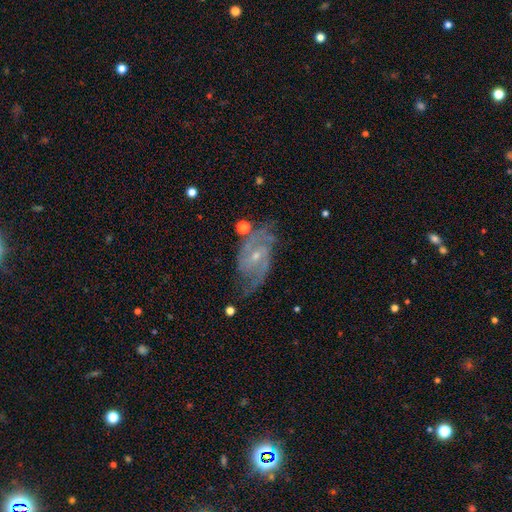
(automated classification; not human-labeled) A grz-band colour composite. It shows a featured or disk galaxy (86%) with a weak bar (46%), 2 (67%) medium (48%) spiral arms (95%) and a small central bulge (70%). Merging: none (66%).